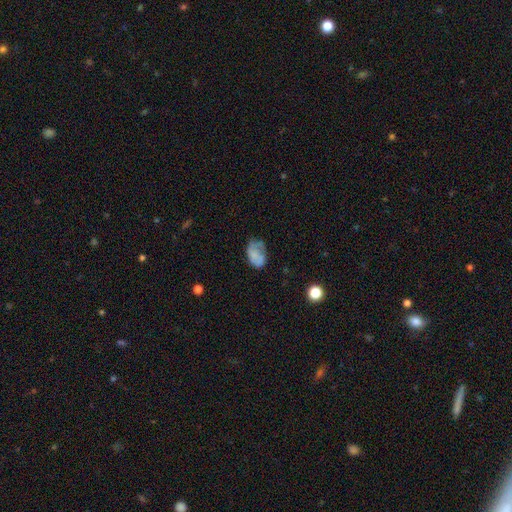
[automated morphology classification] This appears to be a smooth galaxy with no disk features (62%) that is in between round and cigar-shaped (87%). Merging: none (47%).